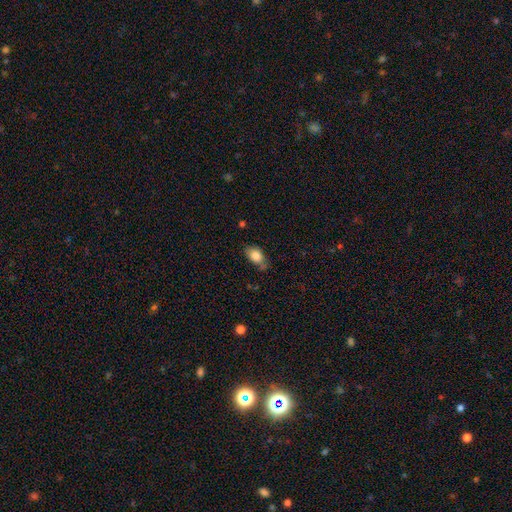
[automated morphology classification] Smooth or featured?
  - smooth: 83% *
  - featured or disk: 9%
  - star or artifact: 8%
How rounded?
  - in between: 85% *
  - round: 12%
  - cigar-shaped: 3%
Merging?
  - none: 58% *
  - minor disturbance: 30%
  - major disturbance: 7%
  - merger: 5%